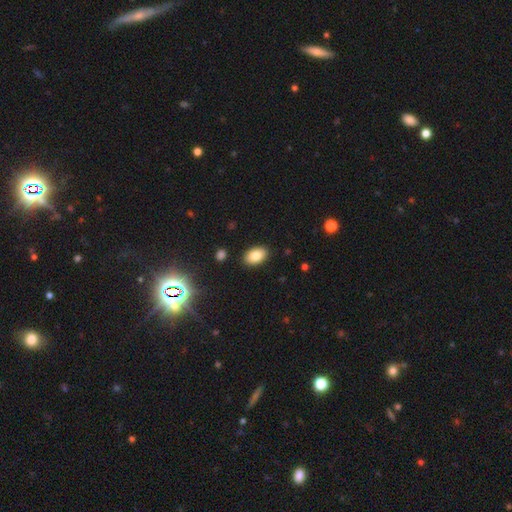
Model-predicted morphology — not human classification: This appears to be a smooth galaxy with no disk features (82%) that is in between round and cigar-shaped (90%). Merging: none (88%).